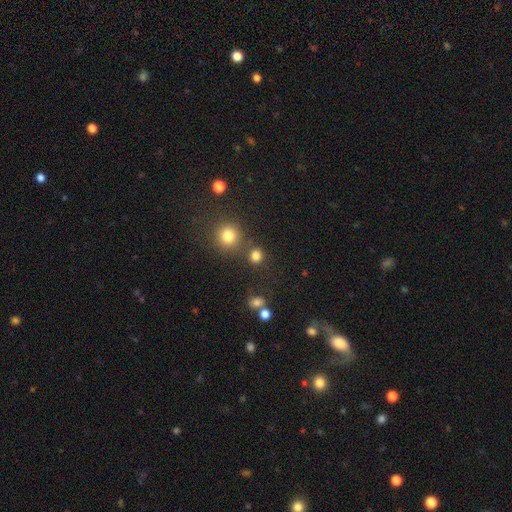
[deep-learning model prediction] Smooth or featured?
  - smooth: 80% *
  - star or artifact: 15%
  - featured or disk: 5%
How rounded?
  - round: 86% *
  - in between: 12%
  - cigar-shaped: 1%
Merging?
  - none: 76% *
  - merger: 12%
  - minor disturbance: 8%
  - major disturbance: 4%